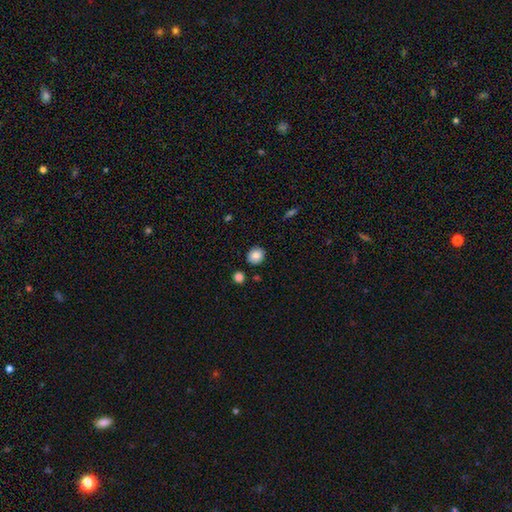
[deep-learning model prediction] smooth 86%, star or artifact 9%, featured or disk 5%. Down the decision tree: how rounded — round (75%); merging — none (87%).